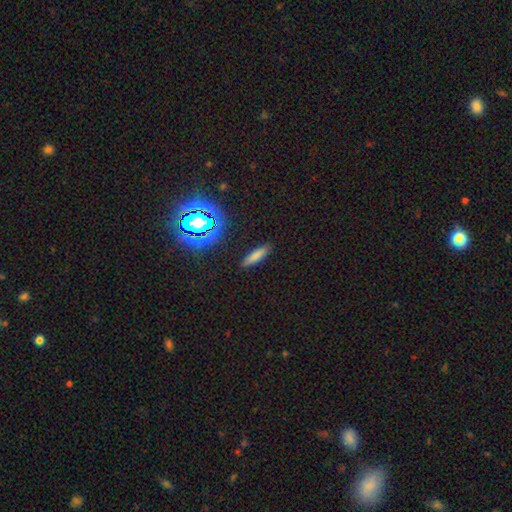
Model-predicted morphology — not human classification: smooth_or_featured: smooth (p=0.76) [alt: star or artifact p=0.13]
how_rounded: cigar-shaped (p=0.76) [alt: in between p=0.22]
merging: none (p=0.89) [alt: minor disturbance p=0.08]